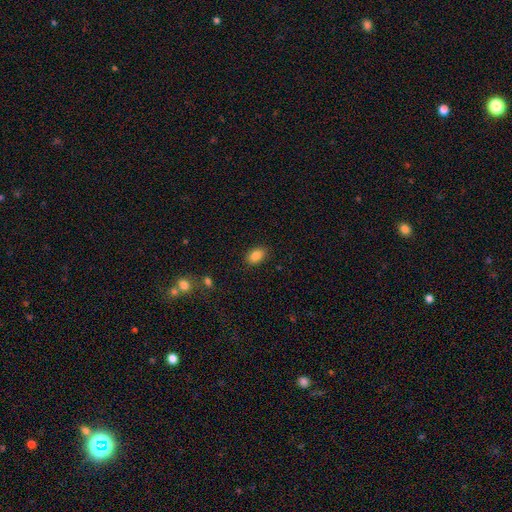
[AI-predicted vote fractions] smooth_or_featured: smooth (p=0.86) [alt: star or artifact p=0.09]
how_rounded: in between (p=0.85) [alt: round p=0.13]
merging: none (p=0.86) [alt: minor disturbance p=0.10]